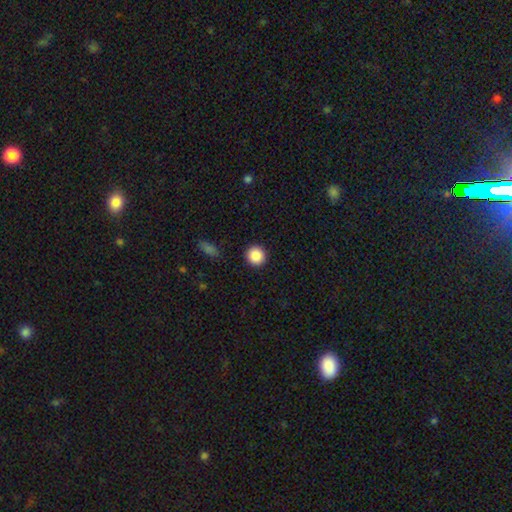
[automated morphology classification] The model was most divided on "smooth or featured": smooth: 88%, star or artifact: 9%, featured or disk: 3%. More confident: how rounded — round (93%); merging — none (92%).